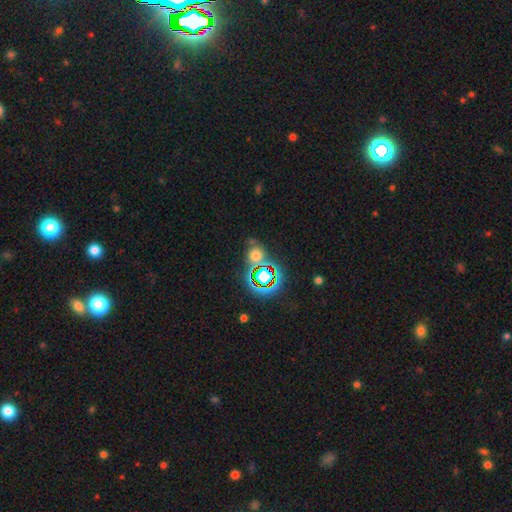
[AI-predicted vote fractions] Smooth or featured? Predicted: smooth (p=0.52). How rounded? Predicted: round (p=0.76). Merging? Predicted: none (p=0.69).